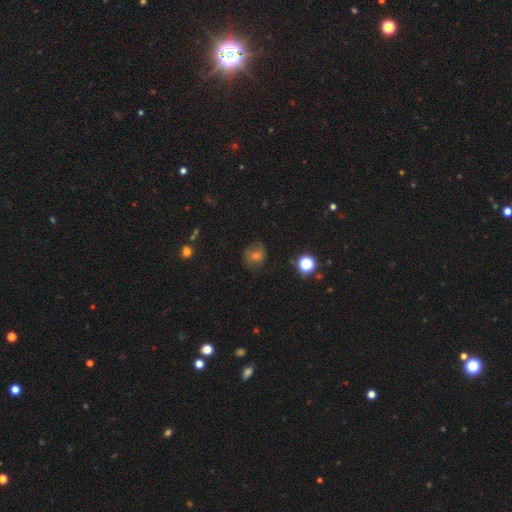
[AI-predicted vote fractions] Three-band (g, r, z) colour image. It shows a smooth galaxy with no disk features (56%) that is round (78%). Merging: none (73%).